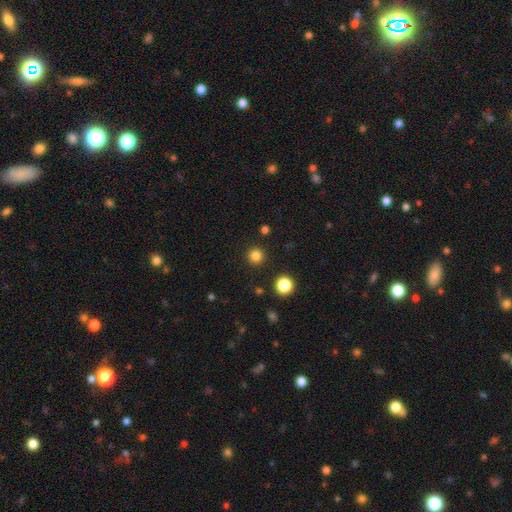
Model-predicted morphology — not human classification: This is clearly a smooth galaxy (82%). How rounded: clearly round (95%). Merging: clearly none (91%).